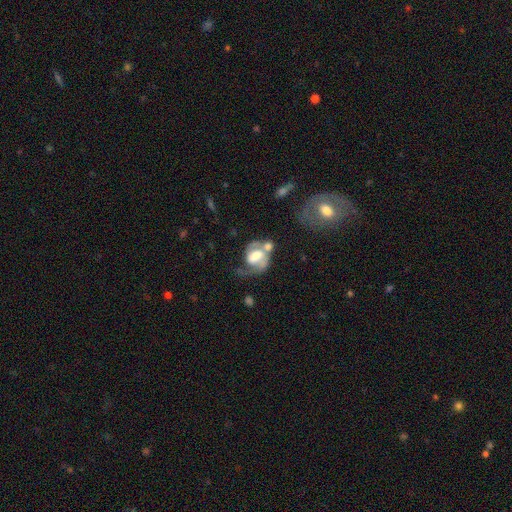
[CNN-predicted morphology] Smooth or featured: featured or disk — 71% (smooth — 22%)
Edge-on disk: no — 97% (yes — 3%)
Bar: weak — 41% (no — 37%)
Spiral arms: yes — 85% (no — 15%)
Spiral winding: medium — 46% (loose — 28%)
Spiral arm count: 2 — 66% (1 — 24%)
Bulge size: large — 39% (moderate — 34%)
Merging: none — 30% (merger — 27%)